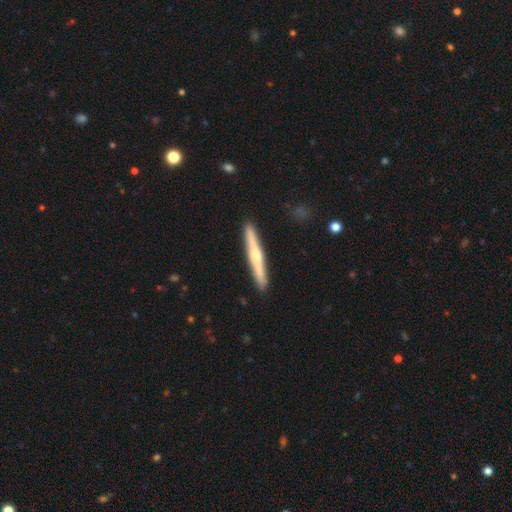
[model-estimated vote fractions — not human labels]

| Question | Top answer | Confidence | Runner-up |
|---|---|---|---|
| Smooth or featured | featured or disk | 58% | smooth (37%) |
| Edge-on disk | yes | 97% | no (3%) |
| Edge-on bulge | rounded | 73% | none (21%) |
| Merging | none | 92% | minor disturbance (6%) |